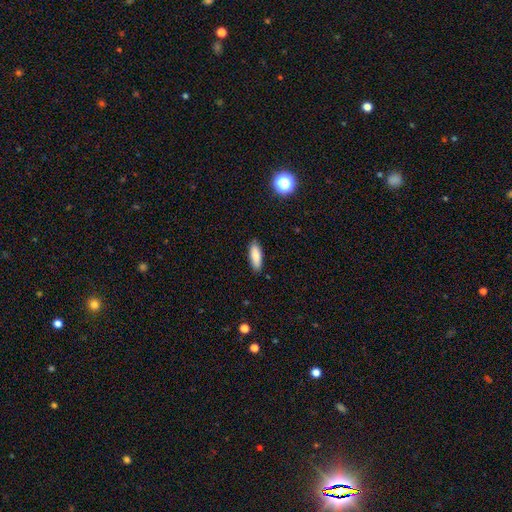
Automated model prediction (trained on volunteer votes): Morphology: type=smooth (85%); roundness=in between (57%); merging=none (87%).